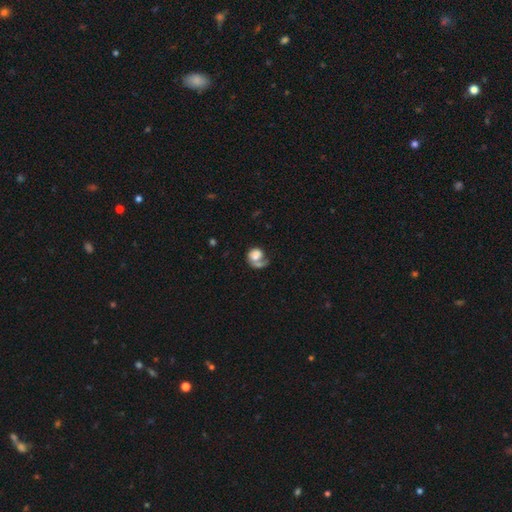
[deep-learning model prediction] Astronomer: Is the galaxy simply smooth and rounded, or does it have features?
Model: smooth — 59%.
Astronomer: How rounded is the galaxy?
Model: round — 62%.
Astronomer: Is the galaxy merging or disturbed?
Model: merger — 33% (runner-up: none, 30%).